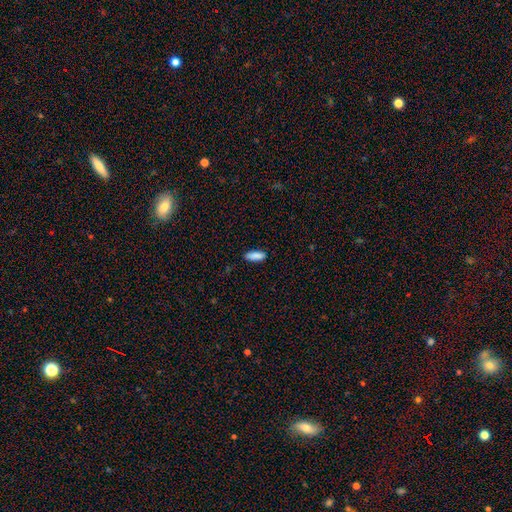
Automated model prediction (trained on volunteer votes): Smooth or featured? smooth (89%)
How rounded? in between (67%)
Merging? none (87%)